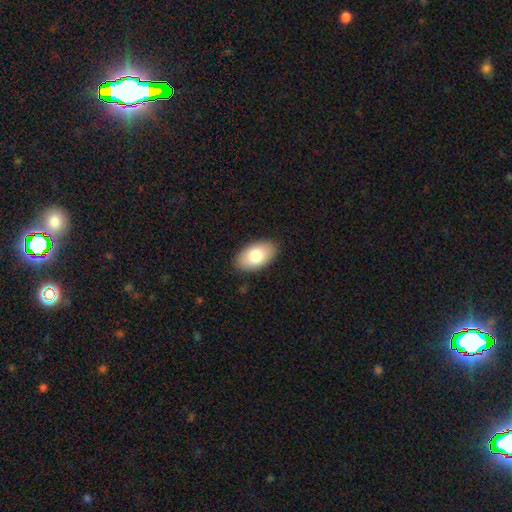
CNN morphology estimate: Smooth or featured?
  - smooth: 79% *
  - featured or disk: 14%
  - star or artifact: 7%
How rounded?
  - in between: 94% *
  - round: 4%
  - cigar-shaped: 1%
Merging?
  - none: 88% *
  - minor disturbance: 9%
  - major disturbance: 2%
  - merger: 1%